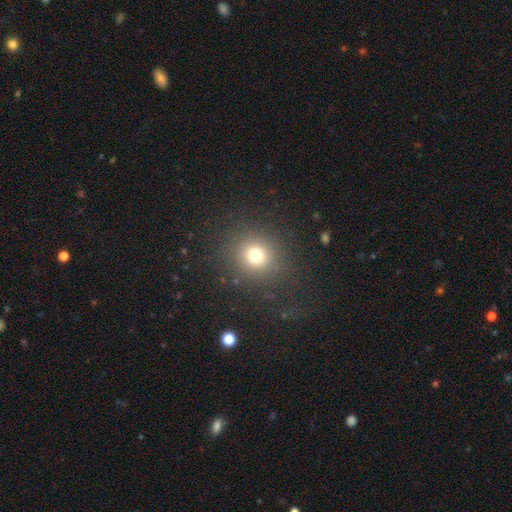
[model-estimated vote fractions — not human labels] A smooth galaxy with no disk features (73%) that is round (87%). Merging: none (86%).